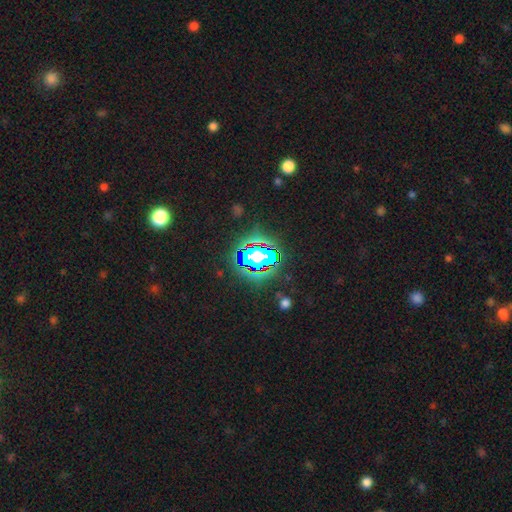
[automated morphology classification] This is likely a star or artifact rather than a galaxy (73%).